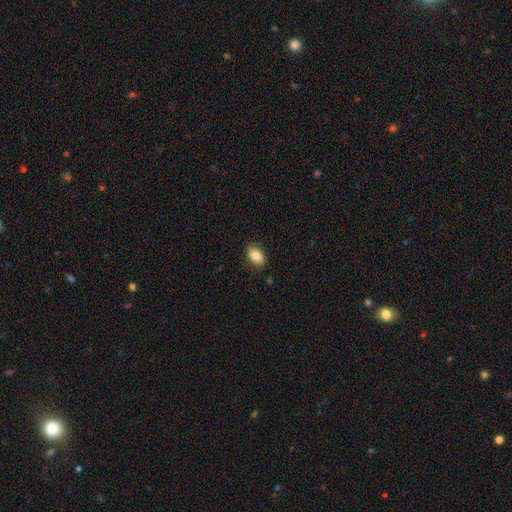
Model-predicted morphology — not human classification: This appears to be a smooth galaxy with no disk features (84%) that is in between round and cigar-shaped (86%). Merging: none (88%).